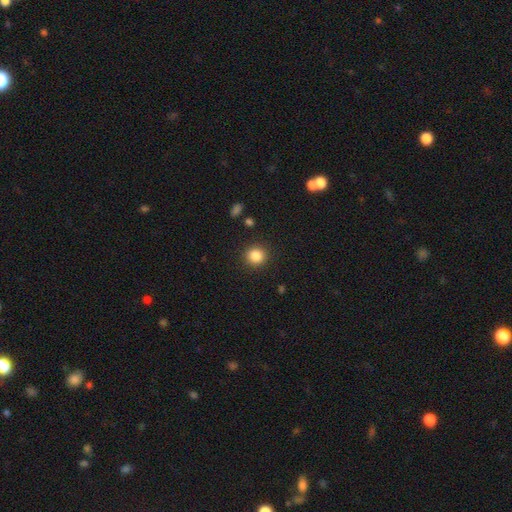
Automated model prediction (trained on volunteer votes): Morphology: type=smooth (85%); roundness=round (91%); merging=none (90%).